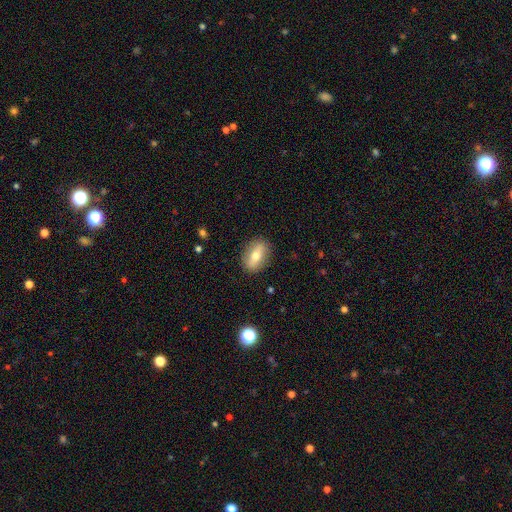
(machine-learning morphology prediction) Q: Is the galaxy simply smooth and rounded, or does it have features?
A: smooth — 57%.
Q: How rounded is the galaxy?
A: in between — 75%.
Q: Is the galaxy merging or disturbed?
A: none — 87%.